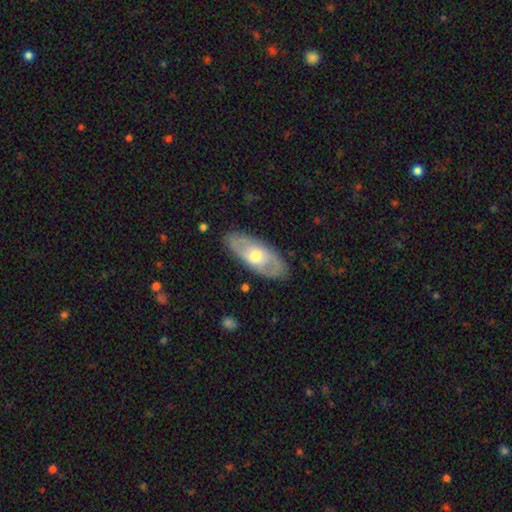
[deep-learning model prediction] This is possibly a featured or disk galaxy (55%). It is clearly not viewed edge-on (82%). Merging: clearly none (84%).